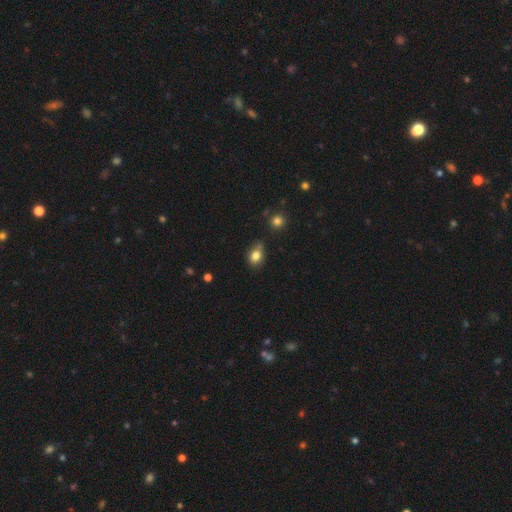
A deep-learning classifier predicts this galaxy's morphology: Smooth or featured? Predicted: smooth (p=0.81). How rounded? Predicted: in between (p=0.56). Merging? Predicted: none (p=0.58).